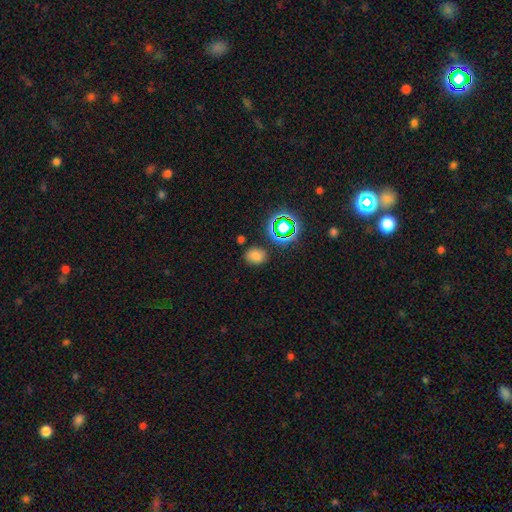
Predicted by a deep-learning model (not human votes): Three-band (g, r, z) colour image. It shows a smooth galaxy with no disk features (72%) that is in between round and cigar-shaped (56%). Merging: none (81%).